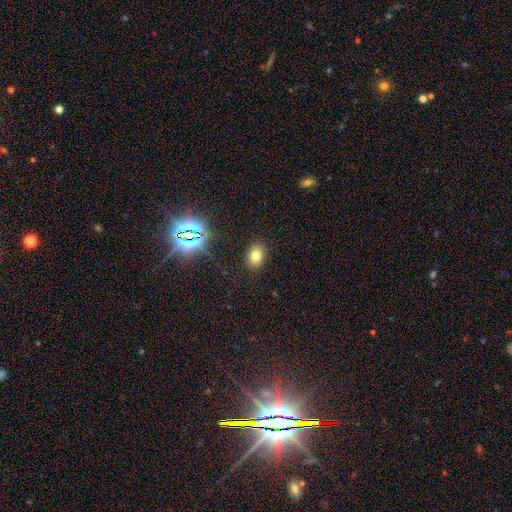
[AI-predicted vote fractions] This is likely a smooth galaxy (74%). How rounded: likely in between (69%). Merging: clearly none (88%).